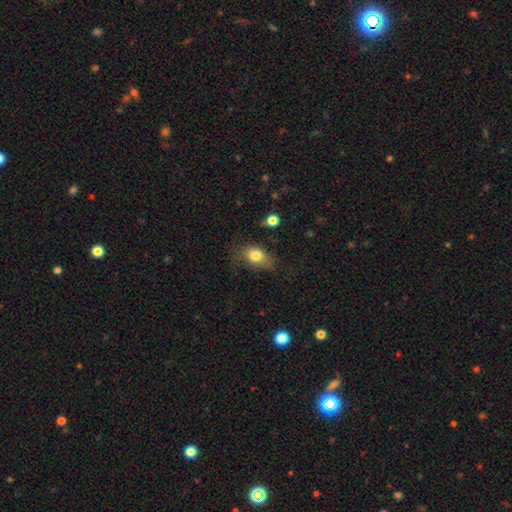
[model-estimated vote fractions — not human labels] This appears to be a smooth galaxy with no disk features (79%) that is in between round and cigar-shaped (72%). Merging: none (55%).